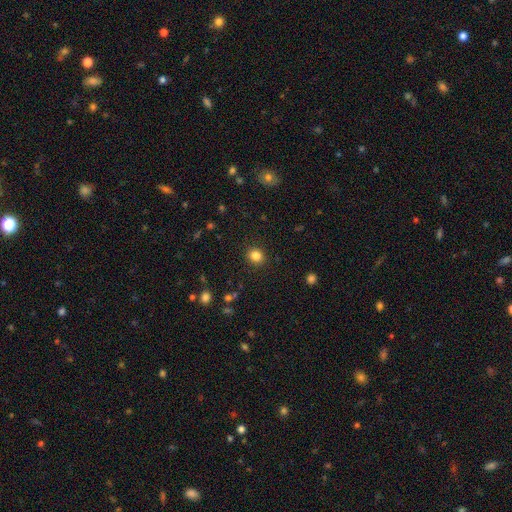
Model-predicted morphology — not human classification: type=smooth (84%); roundness=round (76%); merging=none (90%).